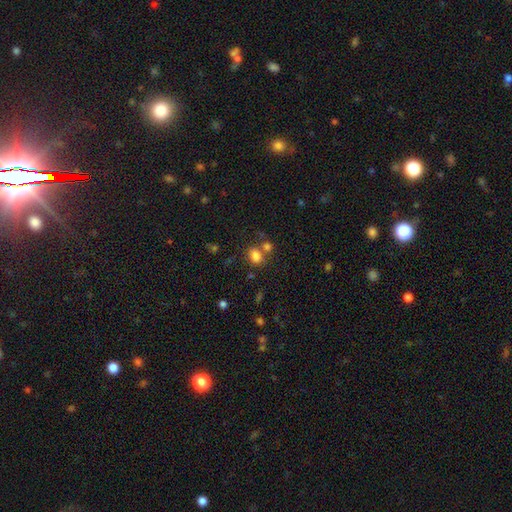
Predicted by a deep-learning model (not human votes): Smooth or featured: smooth — 80% (star or artifact — 13%)
How rounded: in between — 55% (round — 43%)
Merging: none — 55% (merger — 29%)